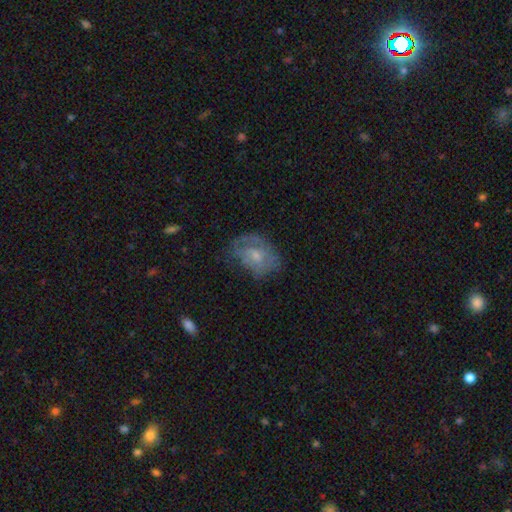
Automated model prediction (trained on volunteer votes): This appears to be a featured or disk galaxy (53%) with no bar (67%), spiral arms (61%) and a small central bulge (53%). Merging: none (50%).